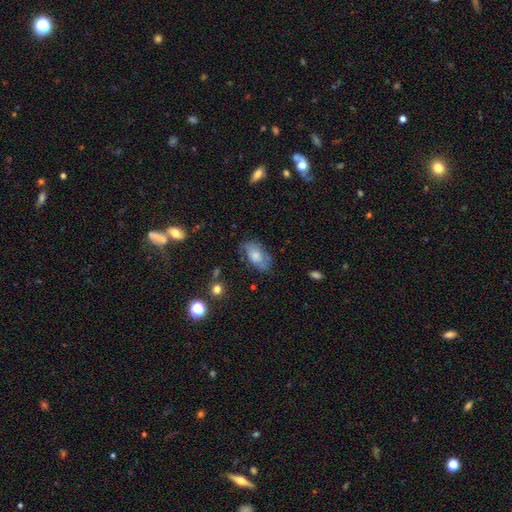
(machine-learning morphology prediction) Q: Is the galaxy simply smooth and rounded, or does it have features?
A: smooth — 61%.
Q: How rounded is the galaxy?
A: in between — 92%.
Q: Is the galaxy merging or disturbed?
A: none — 65%.